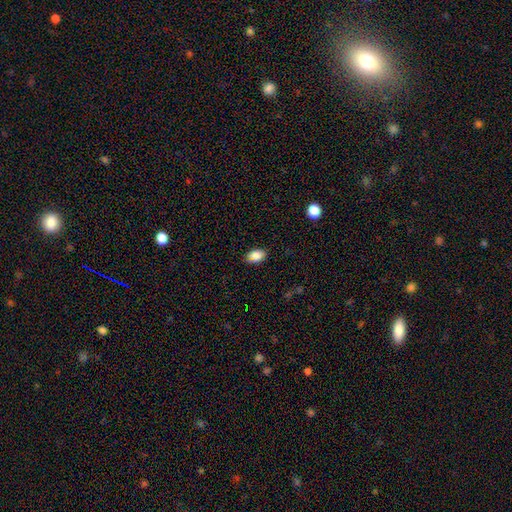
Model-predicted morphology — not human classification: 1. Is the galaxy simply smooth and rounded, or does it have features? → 87% smooth, 8% star or artifact, 6% featured or disk.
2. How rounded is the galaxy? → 91% in between, 8% round, 2% cigar-shaped.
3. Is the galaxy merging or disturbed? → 85% none, 12% minor disturbance, 2% major disturbance, 1% merger.